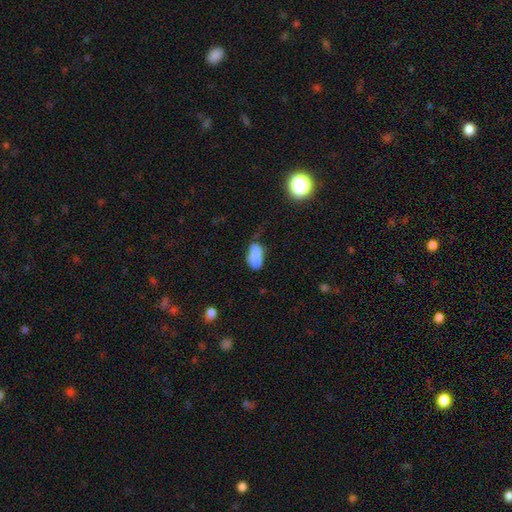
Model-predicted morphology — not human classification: A smooth galaxy with no disk features (81%) that is in between round and cigar-shaped (87%). Merging: none (43%).